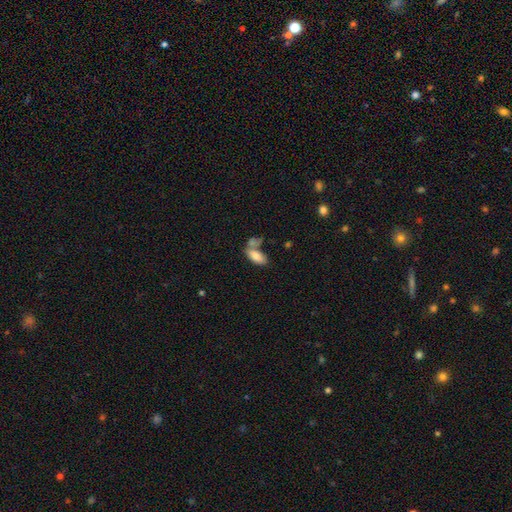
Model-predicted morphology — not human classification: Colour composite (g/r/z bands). It shows a smooth galaxy with no disk features (79%) that is in between round and cigar-shaped (89%). Merging: none (40%).